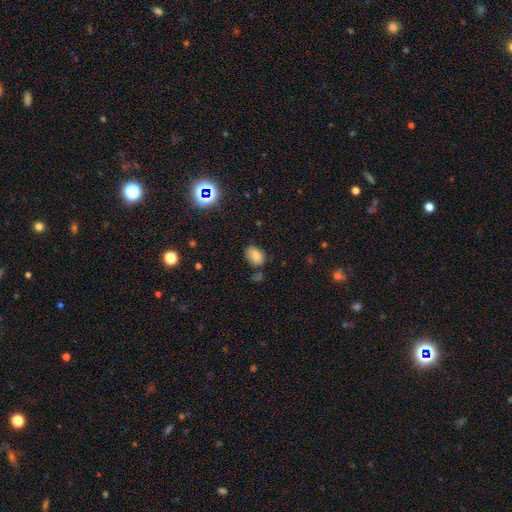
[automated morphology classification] Q: Smooth or featured?
A: smooth (79%); runner-up: star or artifact (13%)
Q: How rounded?
A: in between (77%); runner-up: round (22%)
Q: Merging?
A: none (63%); runner-up: minor disturbance (24%)